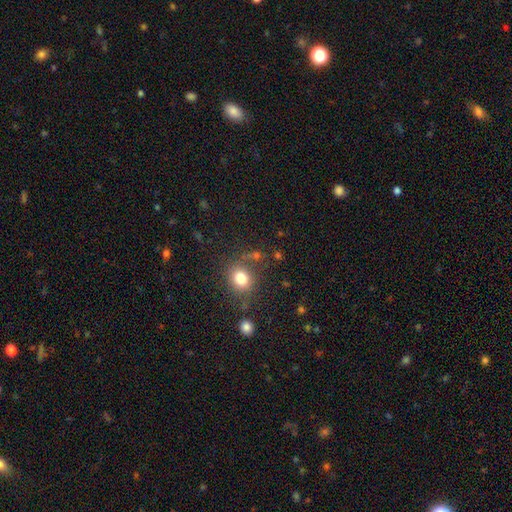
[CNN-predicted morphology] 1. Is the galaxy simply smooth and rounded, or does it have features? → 73% smooth, 19% star or artifact, 8% featured or disk.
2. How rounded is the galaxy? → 77% round, 22% in between, 1% cigar-shaped.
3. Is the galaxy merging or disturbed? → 74% none, 13% minor disturbance, 8% merger, 5% major disturbance.